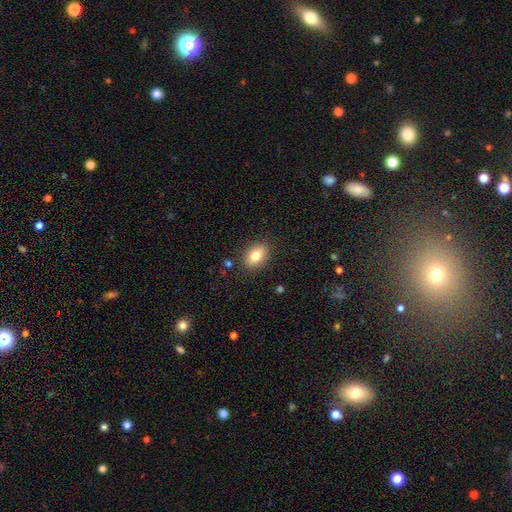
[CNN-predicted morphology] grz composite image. It shows a smooth galaxy with no disk features (77%) that is in between round and cigar-shaped (80%). Merging: none (86%).